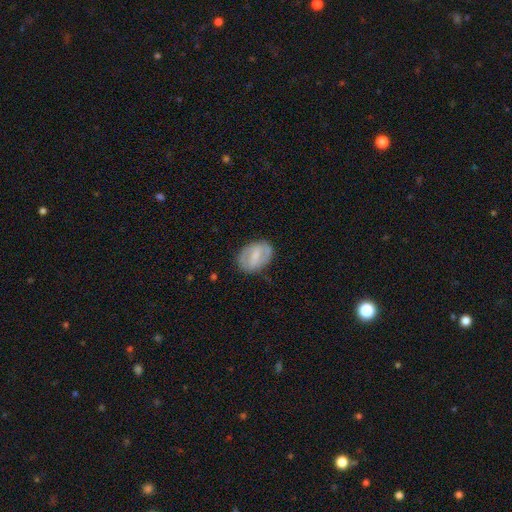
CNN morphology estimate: Smooth or featured: featured or disk — 53% (smooth — 41%)
Edge-on disk: no — 95% (yes — 5%)
Bar: weak — 45% (strong — 36%)
Spiral arms: yes — 55% (no — 45%)
Bulge size: moderate — 35% (tied with small — 35%)
Merging: none — 76% (minor disturbance — 17%)